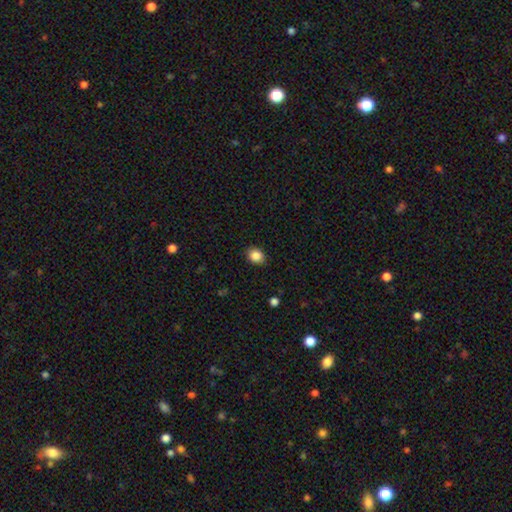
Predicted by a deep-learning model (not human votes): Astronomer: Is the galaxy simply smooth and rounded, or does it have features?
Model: smooth — 86%.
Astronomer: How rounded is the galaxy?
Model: in between — 53% (runner-up: round, 46%).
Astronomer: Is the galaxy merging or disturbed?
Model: none — 88%.